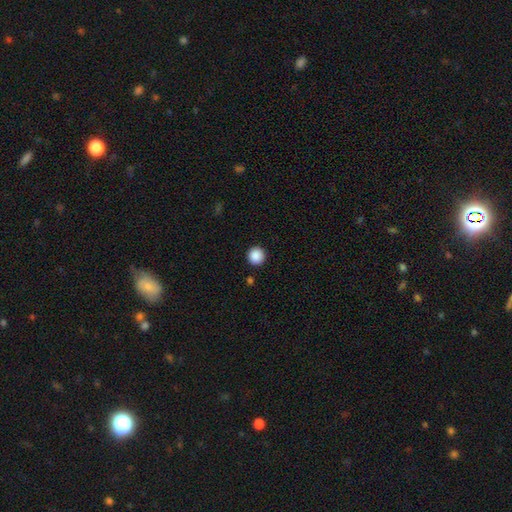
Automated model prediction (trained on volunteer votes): Overall: smooth (89%). How rounded: round (96%). Merging: none (92%).